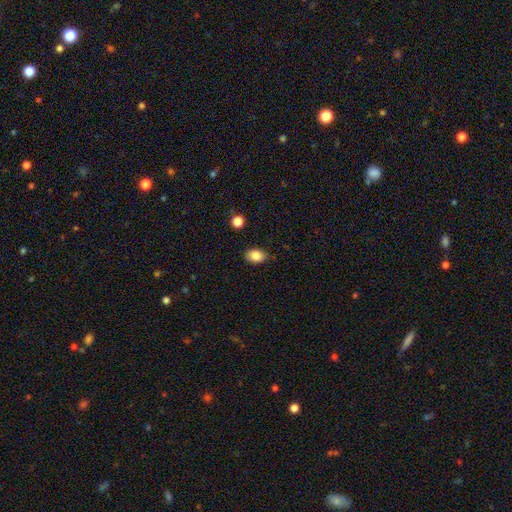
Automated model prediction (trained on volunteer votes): The model was most divided on "how rounded": in between: 76%, round: 23%, cigar-shaped: 1%. More confident: smooth or featured — smooth (86%); merging — none (82%).